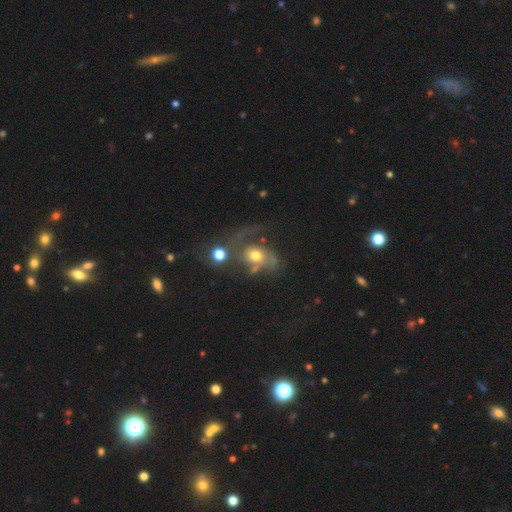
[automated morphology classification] Smooth or featured? smooth (50%)
Merging? major disturbance (40%)